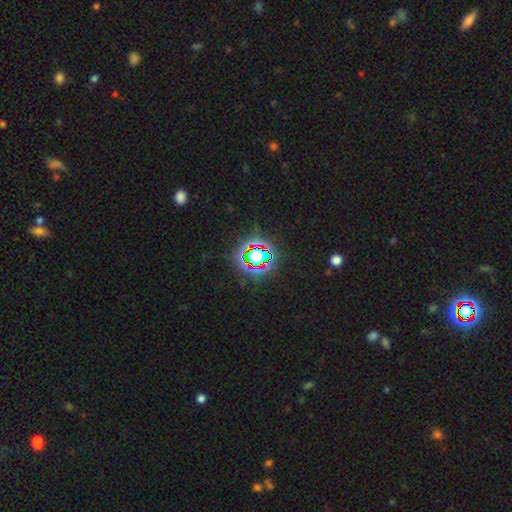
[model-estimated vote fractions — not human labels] smooth_or_featured: star or artifact (p=0.70) [alt: smooth p=0.18]